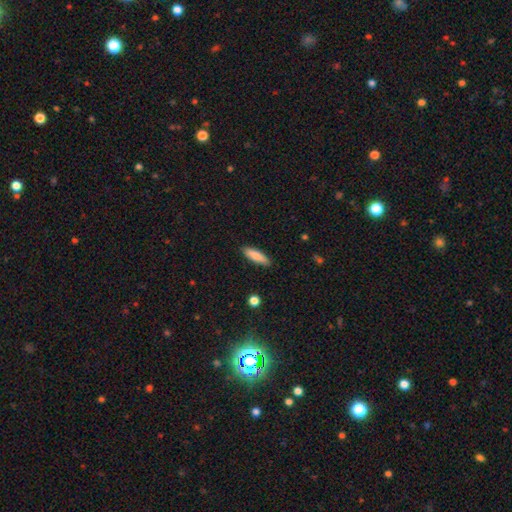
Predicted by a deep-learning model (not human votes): This appears to be a smooth galaxy with no disk features (82%) that is cigar-shaped (58%). Merging: none (89%).